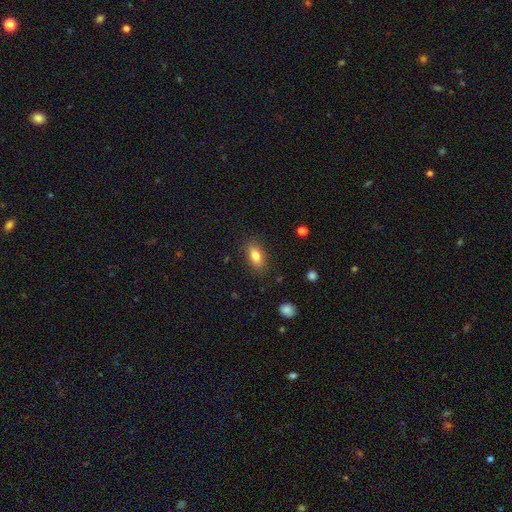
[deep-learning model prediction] Morphology: type=smooth (80%); roundness=in between (82%); merging=none (85%).